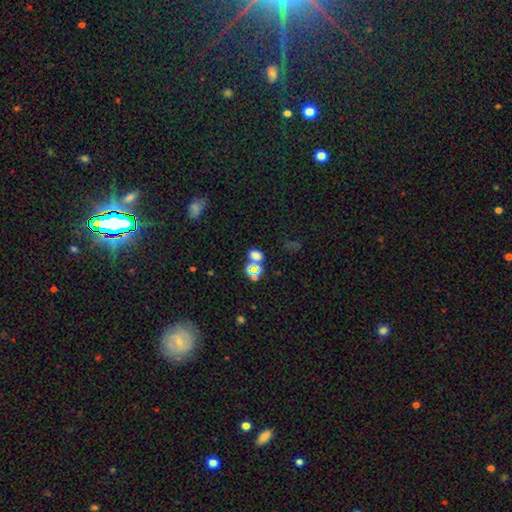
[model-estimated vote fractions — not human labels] smooth 56%, star or artifact 36%, featured or disk 8%. Down the decision tree: how rounded — in between (53%); merging — none (65%).